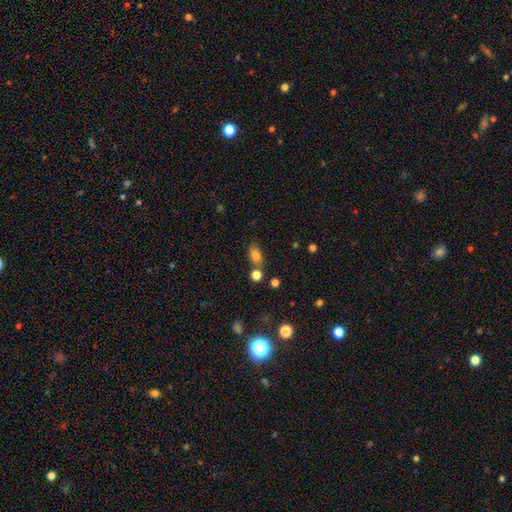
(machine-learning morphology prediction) Smooth or featured? Predicted: smooth (p=0.79). How rounded? Predicted: in between (p=0.81). Merging? Predicted: none (p=0.65).